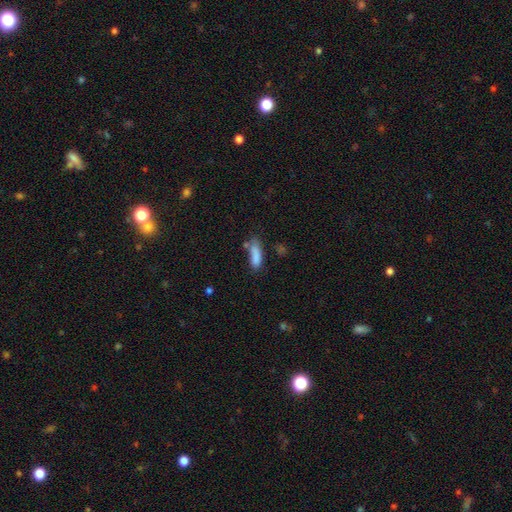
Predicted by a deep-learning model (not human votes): Morphology: type=smooth (83%); roundness=cigar-shaped (51%); merging=none (54%).